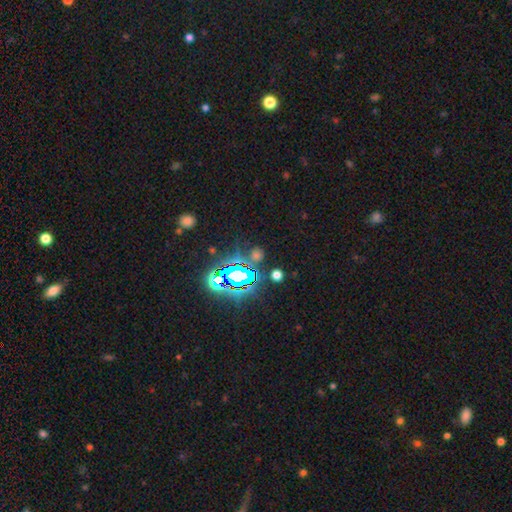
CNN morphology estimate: smooth-or-featured: star or artifact: 55% | smooth: 36% | featured or disk: 9%